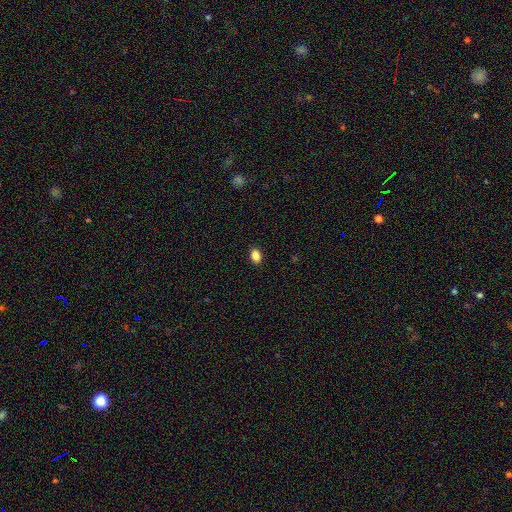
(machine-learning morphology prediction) Q: Smooth or featured?
A: smooth (87%); runner-up: star or artifact (9%)
Q: How rounded?
A: in between (83%); runner-up: round (15%)
Q: Merging?
A: none (90%); runner-up: minor disturbance (7%)